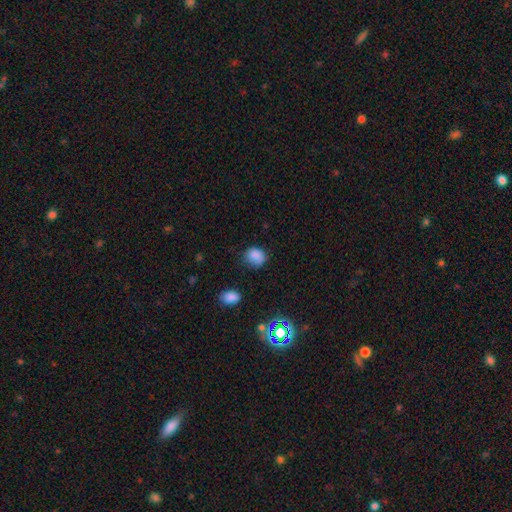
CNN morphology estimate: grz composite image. It shows a smooth galaxy with no disk features (82%) that is round (61%). Merging: none (60%).